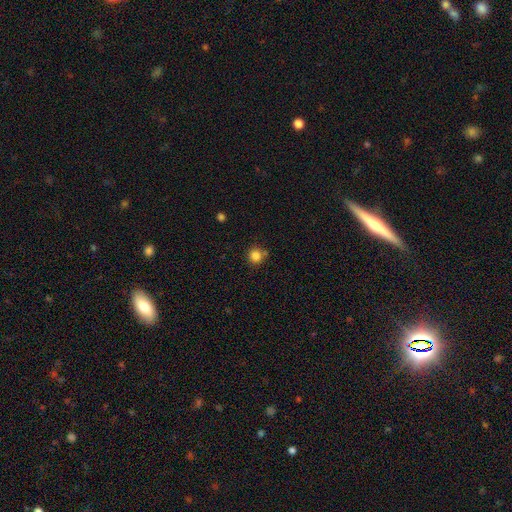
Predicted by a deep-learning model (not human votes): Overall: smooth (83%). How rounded: round (91%). Merging: none (75%).